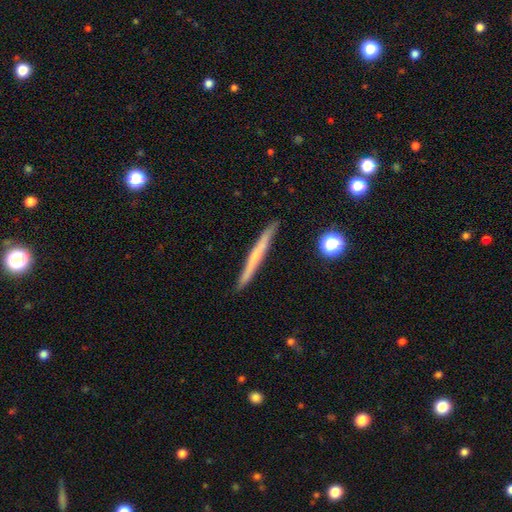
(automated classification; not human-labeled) A featured or disk galaxy (48%). Merging: none (90%).